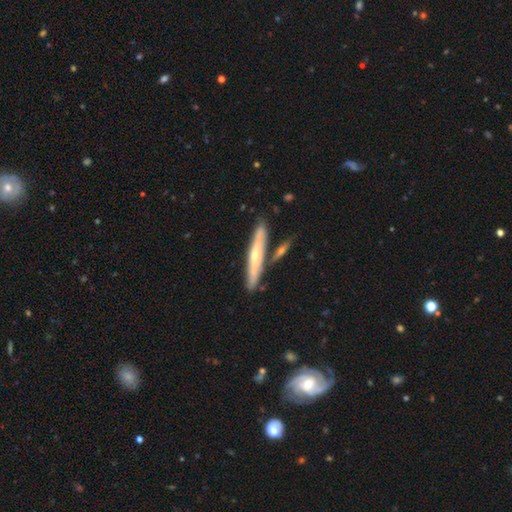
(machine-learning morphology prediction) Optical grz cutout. It shows a featured or disk galaxy (59%) viewed edge-on (88%) with a rounded central bulge (72%). Merging: none (76%).